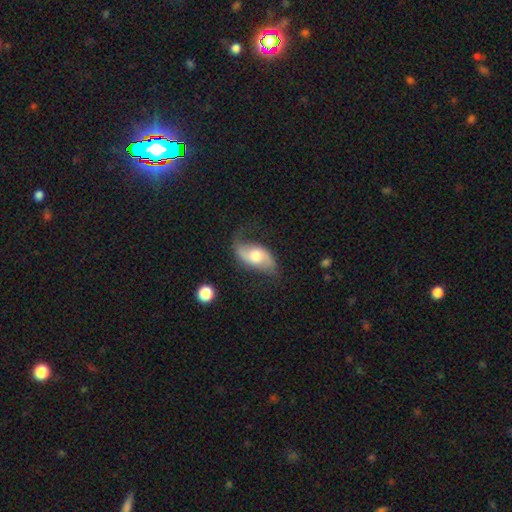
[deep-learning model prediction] smooth-or-featured: featured or disk: 64% | smooth: 30% | star or artifact: 6%
  disk-edge-on: no: 92% | yes: 8%
    bar: no: 59% | weak: 31% | strong: 10%
    has-spiral-arms: yes: 87% | no: 13%
      spiral-winding: loose: 74% | medium: 20% | tight: 6%
      spiral-arm-count: 2: 87% | 1: 6% | can't tell: 5% | 3: 1% | more than 4: 1% | 4: 1%
    bulge-size: moderate: 66% | large: 19% | small: 11% | dominant: 2% | none: 2%
  merging: none: 59% | minor disturbance: 25% | major disturbance: 14% | merger: 2%